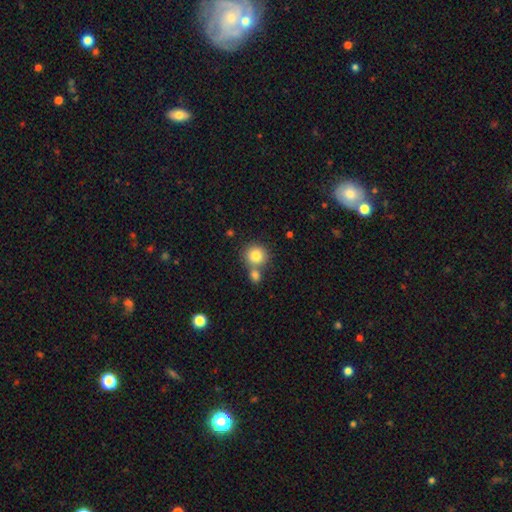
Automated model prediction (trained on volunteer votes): Smooth or featured? smooth (81%)
How rounded? round (89%)
Merging? none (55%)